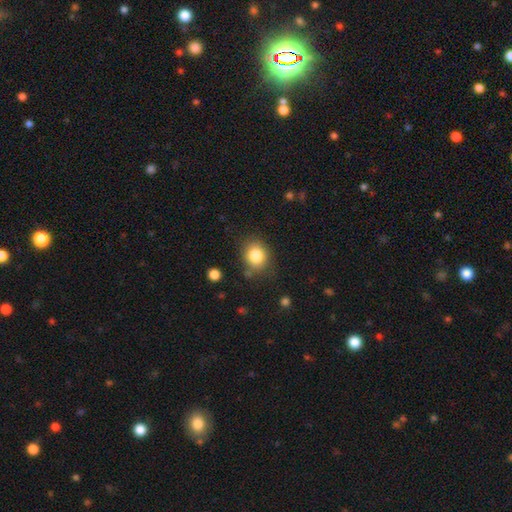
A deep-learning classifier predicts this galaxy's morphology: A smooth galaxy with no disk features (83%) that is round (61%).

Vote fractions:
- Smooth or featured? smooth: 83% / star or artifact: 10% / featured or disk: 8%
- How rounded? round: 61% / in between: 38% / cigar-shaped: 1%
- Merging? none: 79% / minor disturbance: 13% / major disturbance: 4% / merger: 3%